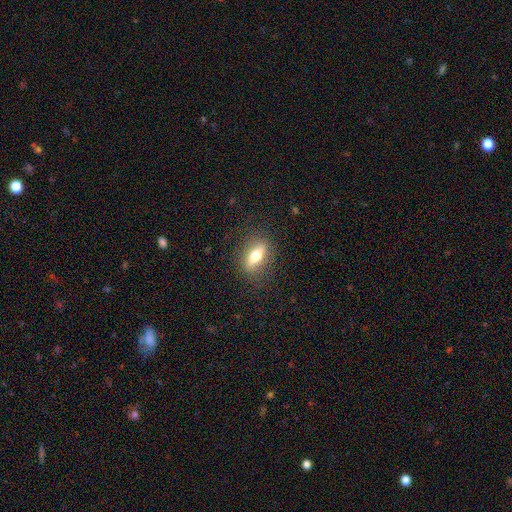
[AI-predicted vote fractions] Smooth or featured? Predicted: smooth (p=0.49). Merging? Predicted: none (p=0.83).